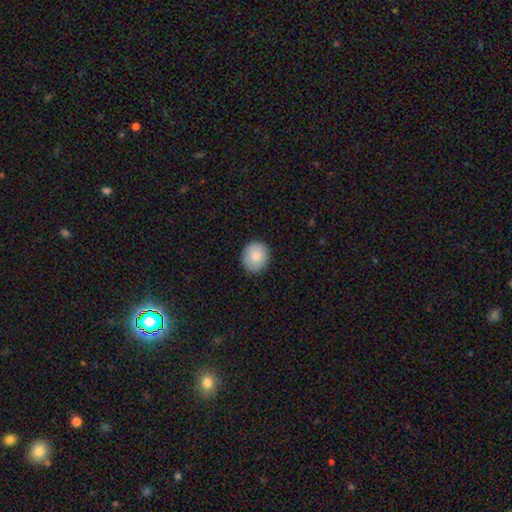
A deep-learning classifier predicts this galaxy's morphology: Smooth or featured: smooth — 86% (featured or disk — 7%)
How rounded: round — 83% (in between — 17%)
Merging: none — 88% (minor disturbance — 9%)